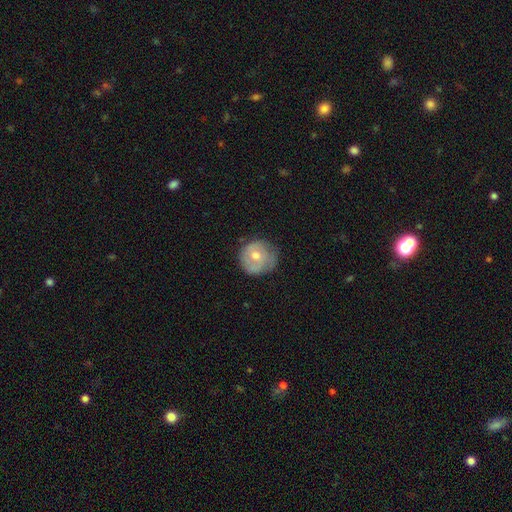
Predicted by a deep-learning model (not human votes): Smooth or featured?
  - smooth: 47% *
  - featured or disk: 45%
  - star or artifact: 8%
Merging?
  - none: 71% *
  - minor disturbance: 22%
  - major disturbance: 6%
  - merger: 1%